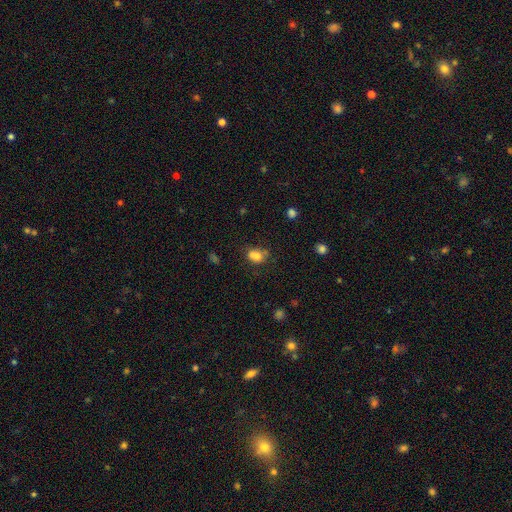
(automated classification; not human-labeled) smooth 76%, star or artifact 13%, featured or disk 11%. Down the decision tree: how rounded — in between (57%); merging — none (43%).